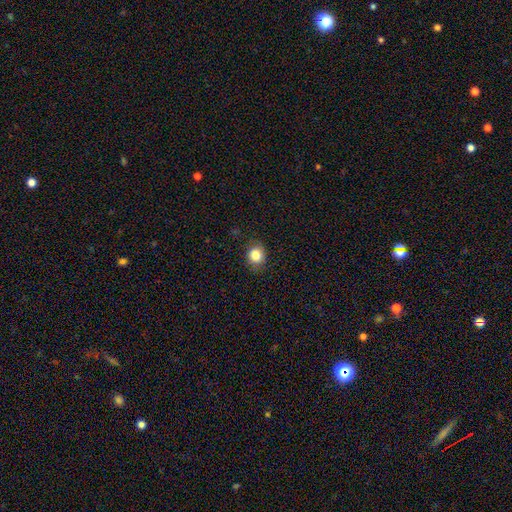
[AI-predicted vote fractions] The model was most divided on "how rounded": round: 73%, in between: 26%, cigar-shaped: 1%. More confident: smooth or featured — smooth (85%); merging — none (84%).